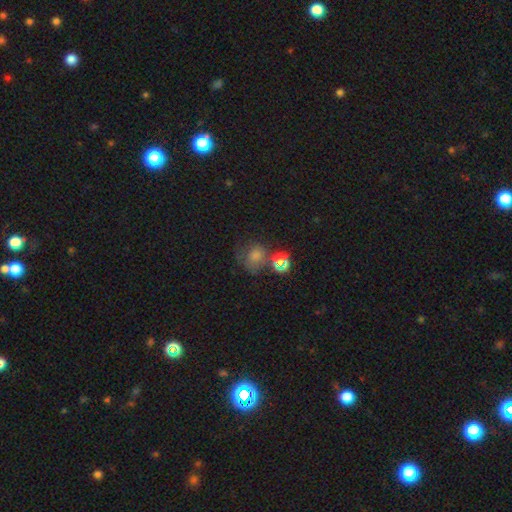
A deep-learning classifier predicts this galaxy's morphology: smooth_or_featured: smooth (p=0.59) [alt: star or artifact p=0.24]
how_rounded: round (p=0.75) [alt: in between p=0.24]
merging: none (p=0.48) [alt: minor disturbance p=0.20]